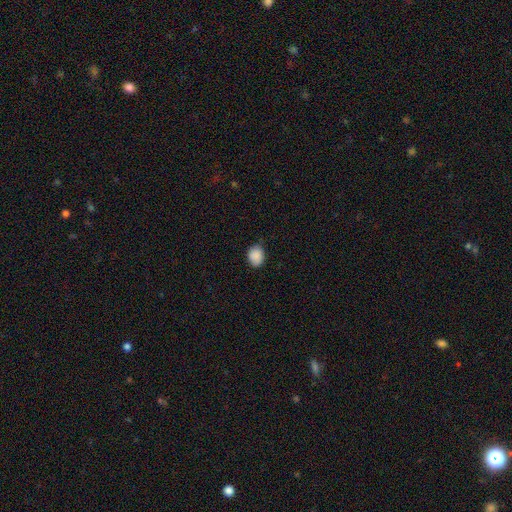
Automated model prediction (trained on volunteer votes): The model was most divided on "how rounded": in between: 52%, round: 47%, cigar-shaped: 1%. More confident: smooth or featured — smooth (89%); merging — none (77%).